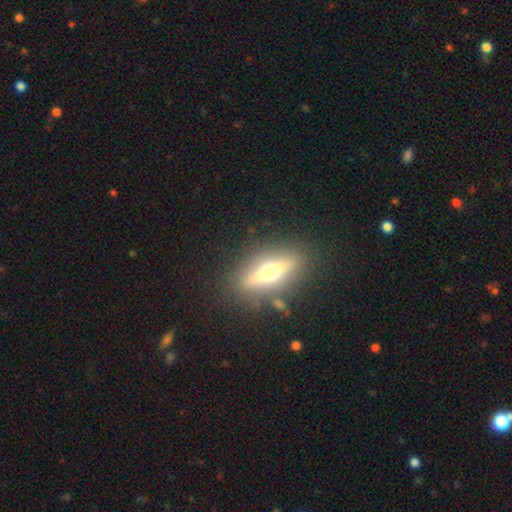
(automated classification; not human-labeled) Smooth or featured: featured or disk — 60% (smooth — 32%)
Edge-on disk: yes — 87% (no — 13%)
Edge-on bulge: rounded — 93% (boxy — 4%)
Merging: none — 85% (minor disturbance — 9%)